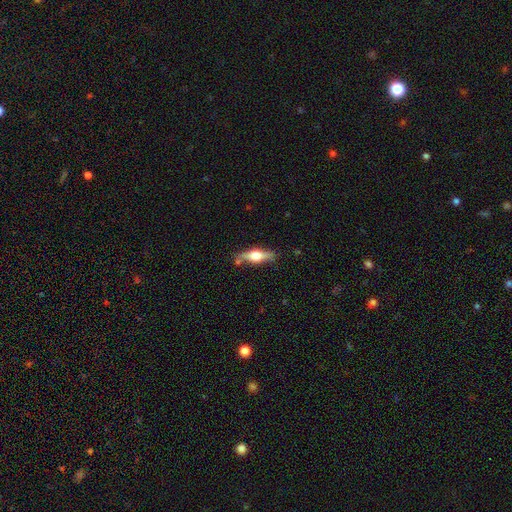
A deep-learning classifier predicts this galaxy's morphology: This appears to be a featured or disk galaxy (59%) viewed edge-on (93%) with a rounded central bulge (94%). Merging: none (78%).